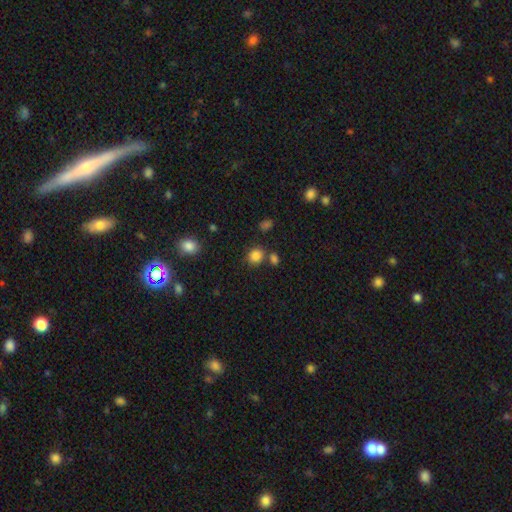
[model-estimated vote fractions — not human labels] smooth-or-featured: smooth: 84% | star or artifact: 11% | featured or disk: 5%
  how-rounded: round: 73% | in between: 26% | cigar-shaped: 1%
  merging: none: 72% | merger: 13% | minor disturbance: 11% | major disturbance: 4%